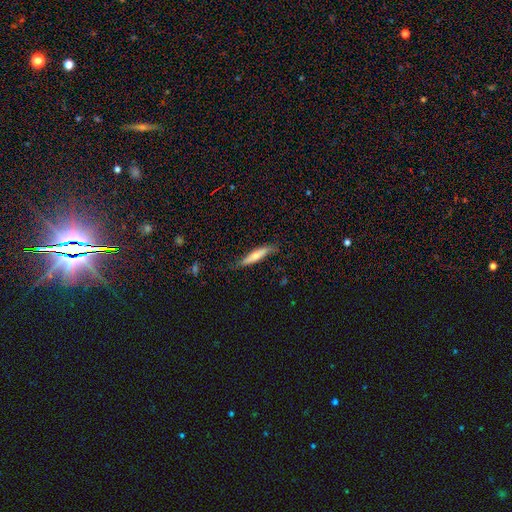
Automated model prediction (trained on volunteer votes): smooth-or-featured: smooth: 53% | featured or disk: 41% | star or artifact: 6%
  how-rounded: cigar-shaped: 86% | in between: 13% | round: 2%
  merging: none: 77% | minor disturbance: 18% | major disturbance: 3% | merger: 1%